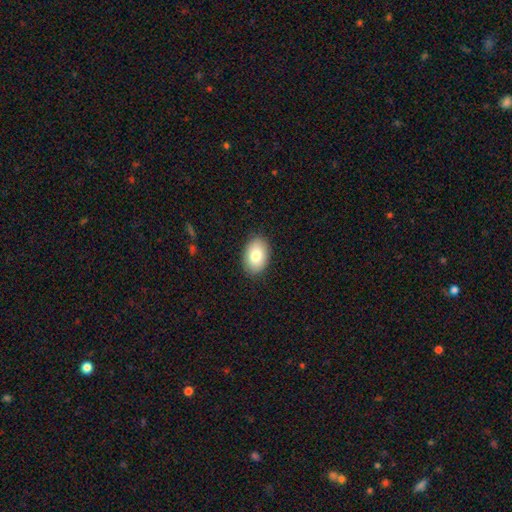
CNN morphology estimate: type=smooth (82%); roundness=in between (87%); merging=none (89%).